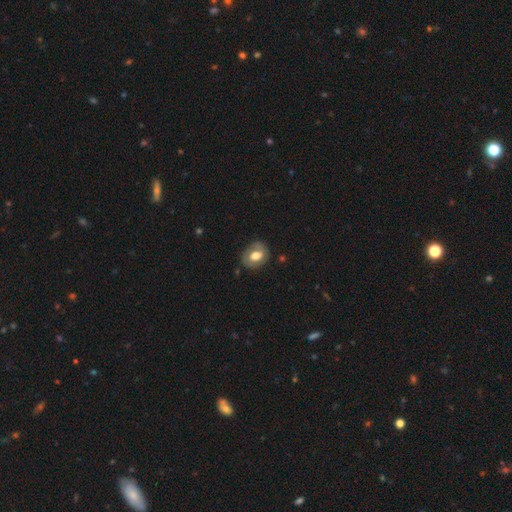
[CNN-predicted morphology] type=smooth (55%); roundness=in between (64%); merging=none (75%).